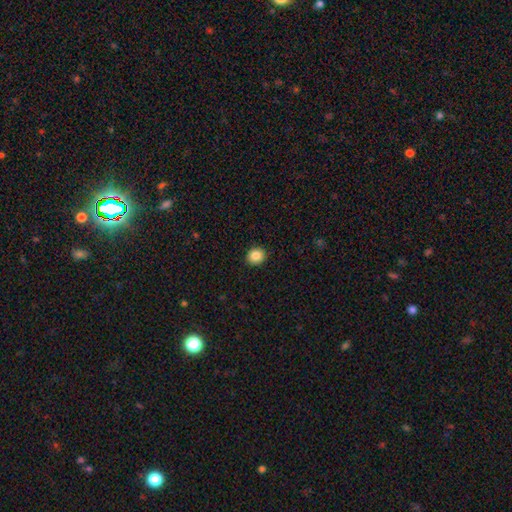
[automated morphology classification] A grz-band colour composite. It shows a smooth galaxy with no disk features (86%) that is round (80%). Merging: none (92%).